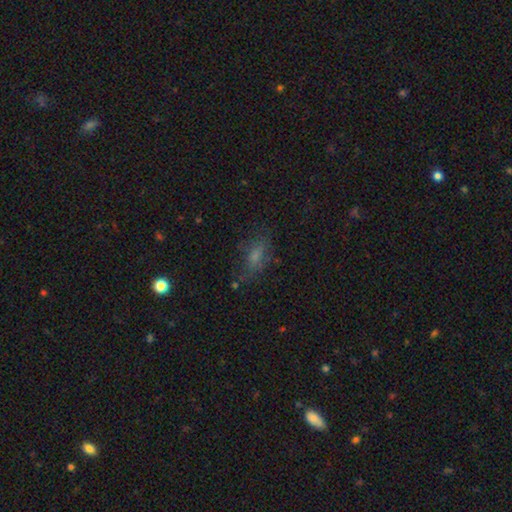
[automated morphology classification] Overall: smooth (63%). How rounded: in between (77%). Merging: none (58%; minor disturbance 23%).